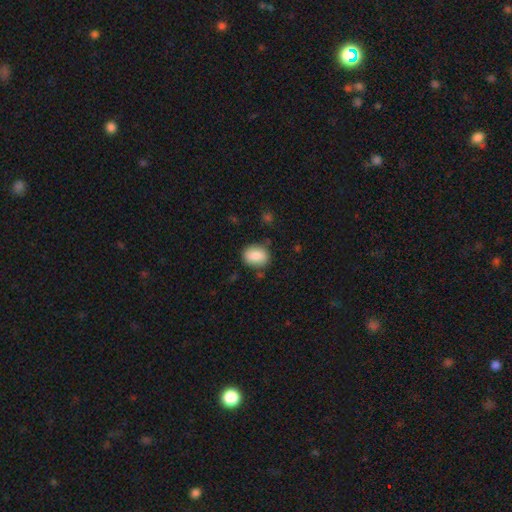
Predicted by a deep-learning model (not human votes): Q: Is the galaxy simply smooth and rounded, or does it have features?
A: smooth — 85%.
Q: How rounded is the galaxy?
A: in between — 58%.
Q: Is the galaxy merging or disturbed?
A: none — 79%.